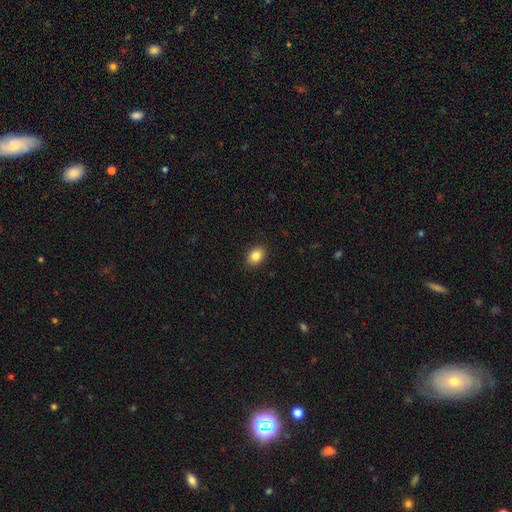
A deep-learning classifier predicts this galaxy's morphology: The model was most divided on "how rounded": in between: 71%, round: 28%, cigar-shaped: 1%. More confident: merging — none (89%); smooth or featured — smooth (86%).